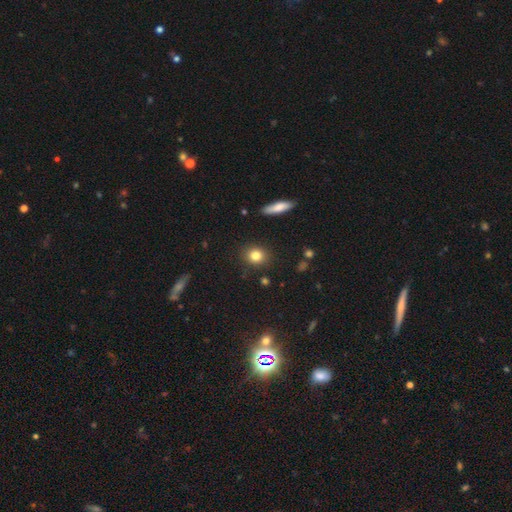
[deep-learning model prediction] smooth_or_featured: smooth (p=0.82) [alt: star or artifact p=0.10]
how_rounded: round (p=0.70) [alt: in between p=0.28]
merging: none (p=0.88) [alt: minor disturbance p=0.08]